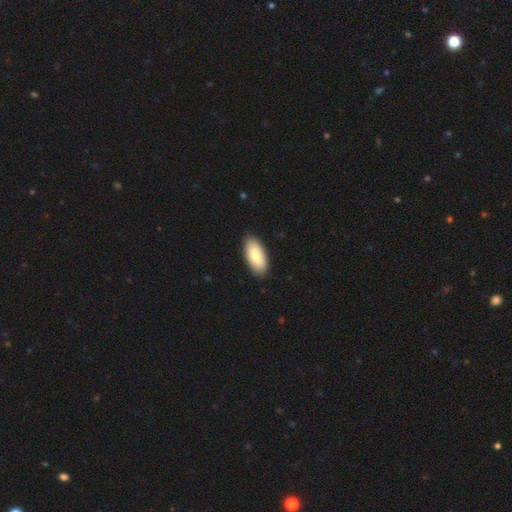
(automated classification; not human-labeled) Overall: smooth (85%). How rounded: in between (90%). Merging: none (88%).